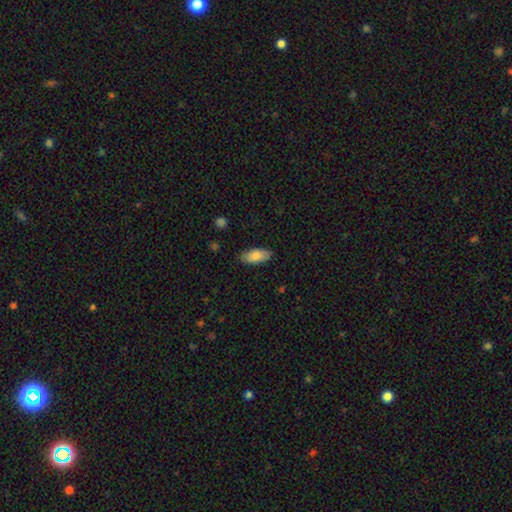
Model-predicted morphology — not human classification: The model was most divided on "smooth or featured": smooth: 82%, featured or disk: 12%, star or artifact: 6%. More confident: how rounded — in between (88%); merging — none (85%).